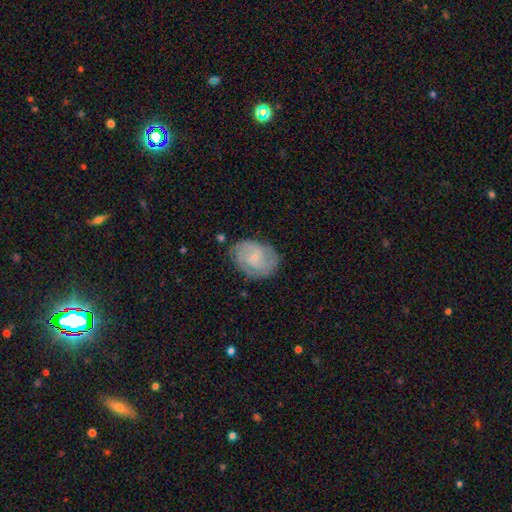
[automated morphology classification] This appears to be a featured or disk galaxy (73%) with no bar (63%), 2 (41%) tight (55%) spiral arms (93%) and a small central bulge (78%). Merging: none (77%).